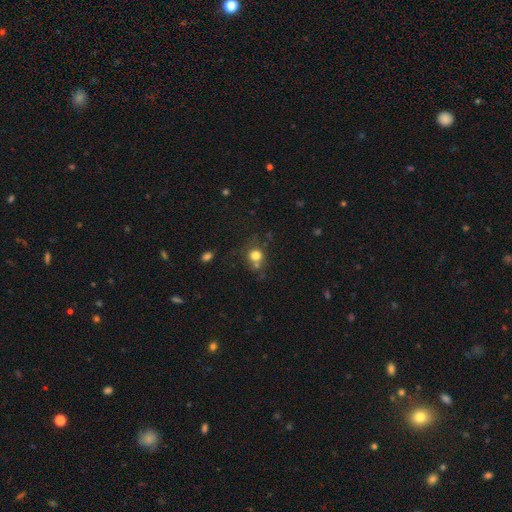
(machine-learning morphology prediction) Smooth or featured? Predicted: smooth (p=0.77). How rounded? Predicted: round (p=0.85). Merging? Predicted: none (p=0.59).